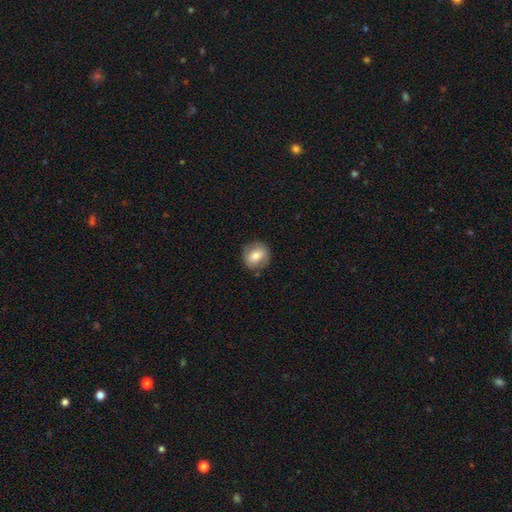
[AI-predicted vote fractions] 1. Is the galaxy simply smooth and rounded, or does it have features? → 71% smooth, 21% featured or disk, 8% star or artifact.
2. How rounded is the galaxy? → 77% round, 22% in between, 1% cigar-shaped.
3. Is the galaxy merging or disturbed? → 82% none, 13% minor disturbance, 4% major disturbance, 1% merger.